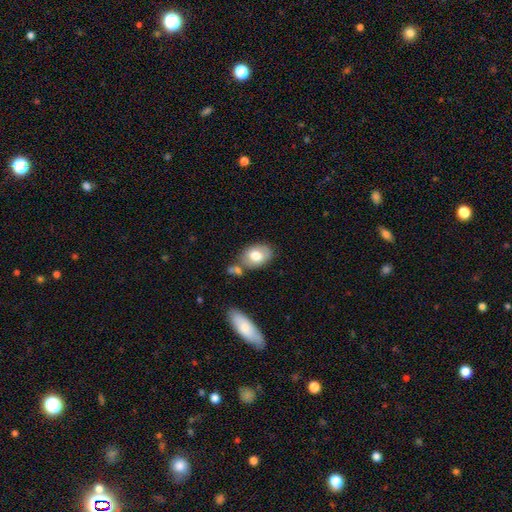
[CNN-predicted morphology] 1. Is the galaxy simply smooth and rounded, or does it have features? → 73% smooth, 20% featured or disk, 7% star or artifact.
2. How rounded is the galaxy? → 84% in between, 15% round, 1% cigar-shaped.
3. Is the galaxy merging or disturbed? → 62% none, 19% minor disturbance, 13% merger, 5% major disturbance.